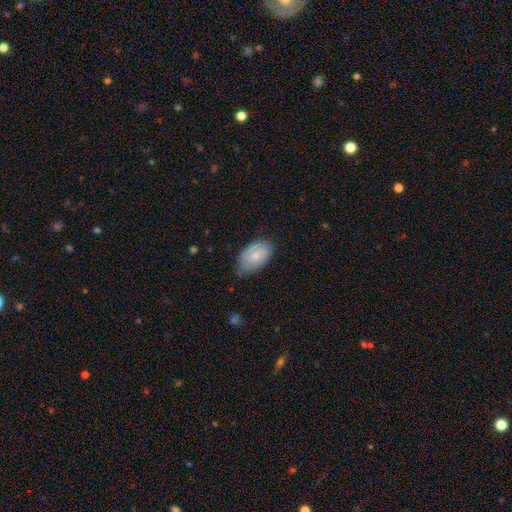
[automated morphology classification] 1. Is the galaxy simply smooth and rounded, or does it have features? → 73% smooth, 21% featured or disk, 6% star or artifact.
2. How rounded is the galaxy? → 92% in between, 6% round, 1% cigar-shaped.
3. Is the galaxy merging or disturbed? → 65% none, 29% minor disturbance, 5% major disturbance, 1% merger.